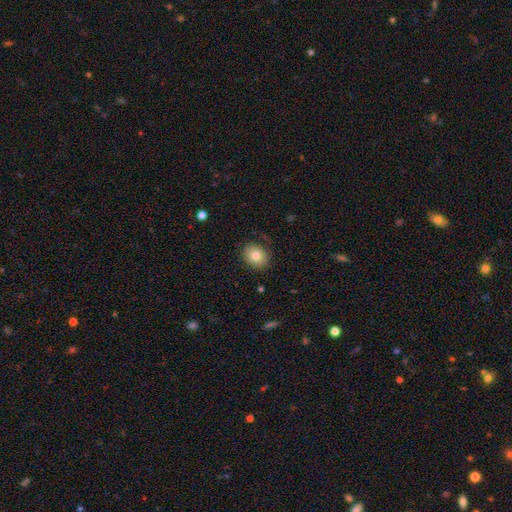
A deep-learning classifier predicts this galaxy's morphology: smooth_or_featured: smooth (p=0.81) [alt: featured or disk p=0.10]
how_rounded: round (p=0.57) [alt: in between p=0.43]
merging: none (p=0.85) [alt: minor disturbance p=0.11]